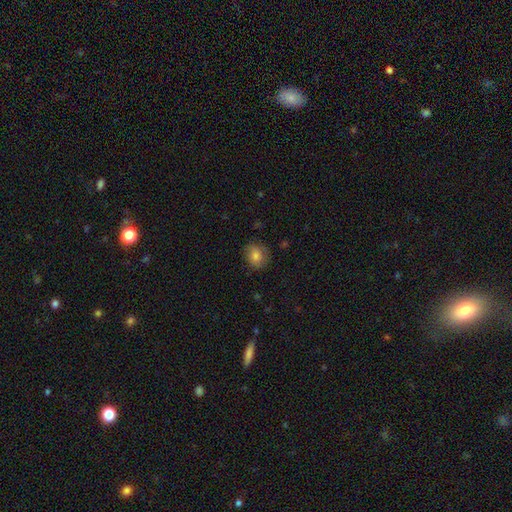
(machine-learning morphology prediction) Smooth or featured? Predicted: smooth (p=0.81). How rounded? Predicted: round (p=0.67). Merging? Predicted: none (p=0.80).